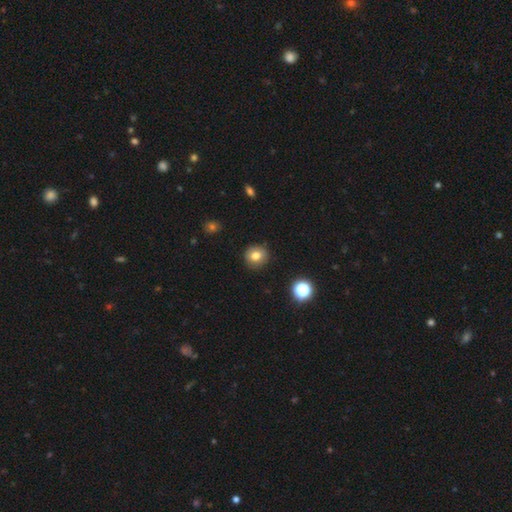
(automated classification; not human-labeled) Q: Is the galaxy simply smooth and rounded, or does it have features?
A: smooth — 77%.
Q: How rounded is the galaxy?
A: round — 86%.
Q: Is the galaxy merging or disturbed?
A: none — 89%.